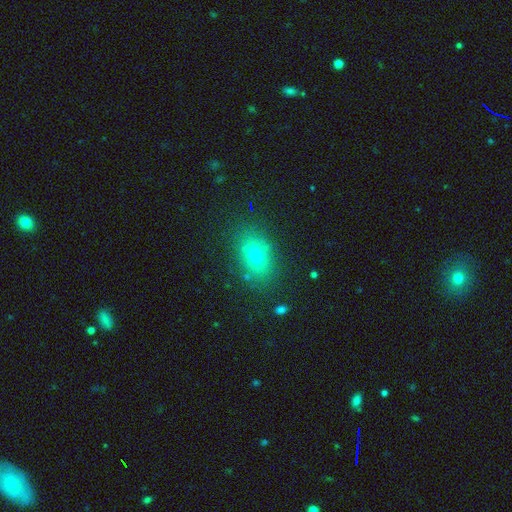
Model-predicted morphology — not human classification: This is likely a smooth galaxy (69%). How rounded: likely in between (74%). Merging: clearly none (80%).